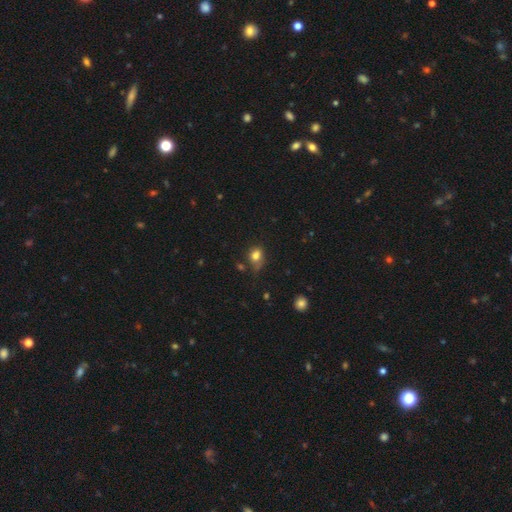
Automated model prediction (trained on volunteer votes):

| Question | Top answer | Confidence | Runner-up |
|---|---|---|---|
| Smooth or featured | smooth | 79% | star or artifact (12%) |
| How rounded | round | 52% | in between (47%) |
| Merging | none | 50% | minor disturbance (30%) |